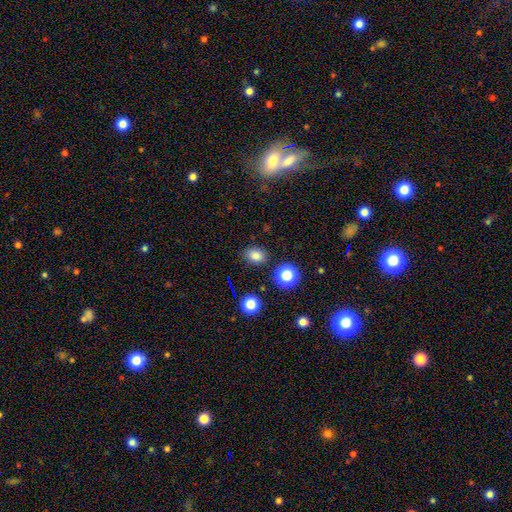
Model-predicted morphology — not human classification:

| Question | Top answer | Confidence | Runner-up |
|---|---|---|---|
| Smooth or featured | smooth | 79% | star or artifact (15%) |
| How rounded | in between | 56% | round (43%) |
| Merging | none | 83% | minor disturbance (10%) |